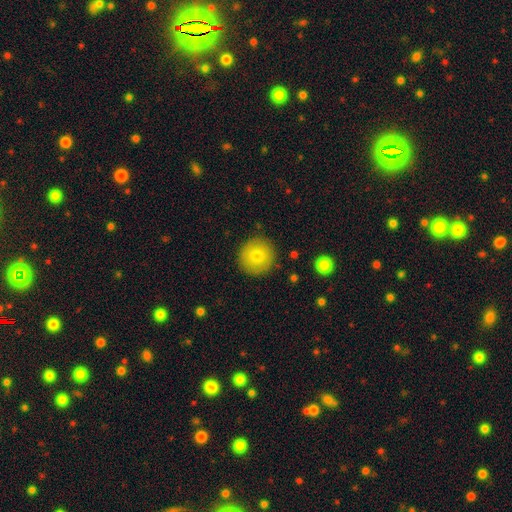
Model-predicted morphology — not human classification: smooth-or-featured: smooth: 77% | featured or disk: 15% | star or artifact: 8%
  how-rounded: round: 94% | in between: 5% | cigar-shaped: 1%
  merging: none: 90% | minor disturbance: 7% | major disturbance: 2% | merger: 1%